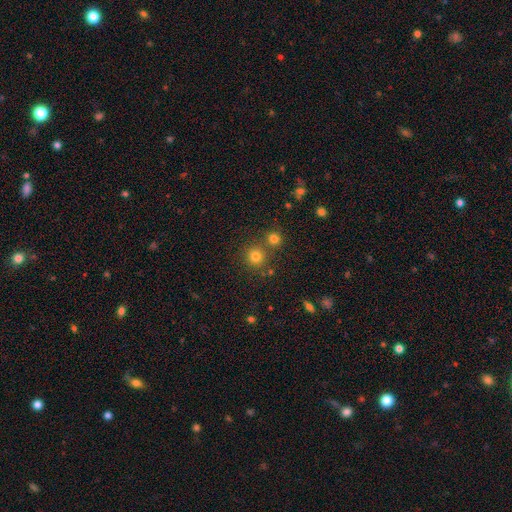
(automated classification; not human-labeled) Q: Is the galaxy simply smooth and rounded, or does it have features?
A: smooth — 77%.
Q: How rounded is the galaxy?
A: round — 93%.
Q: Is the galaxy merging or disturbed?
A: none — 74%.